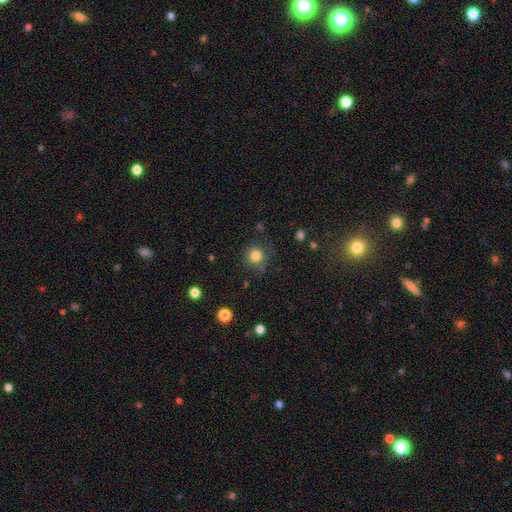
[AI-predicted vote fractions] Smooth or featured? smooth (81%)
How rounded? round (93%)
Merging? none (78%)